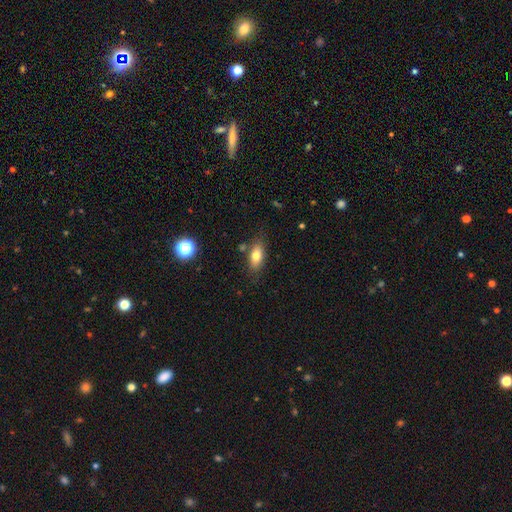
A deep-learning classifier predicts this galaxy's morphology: Overall: smooth (75%). How rounded: in between (84%). Merging: none (77%).